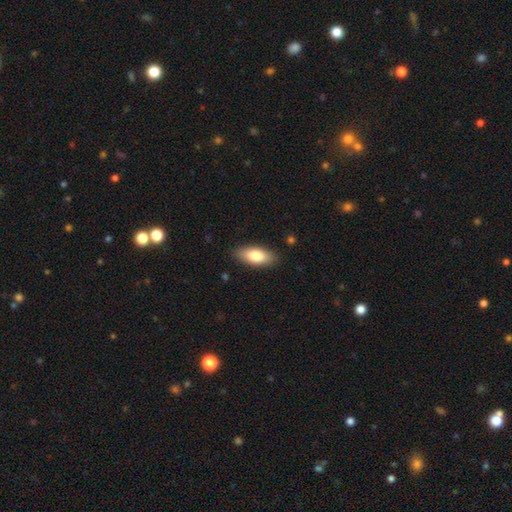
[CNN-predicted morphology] Smooth or featured?
  - smooth: 80% *
  - featured or disk: 13%
  - star or artifact: 6%
How rounded?
  - in between: 85% *
  - cigar-shaped: 13%
  - round: 2%
Merging?
  - none: 86% *
  - minor disturbance: 10%
  - major disturbance: 2%
  - merger: 1%